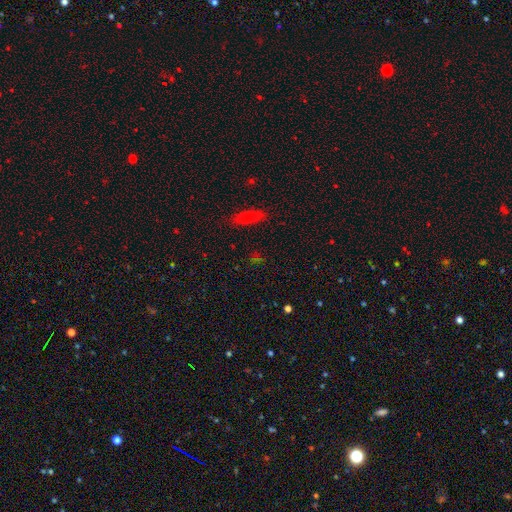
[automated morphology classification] Smooth or featured: smooth — 60% (star or artifact — 30%)
How rounded: in between — 41% (cigar-shaped — 40%)
Merging: none — 86% (minor disturbance — 9%)